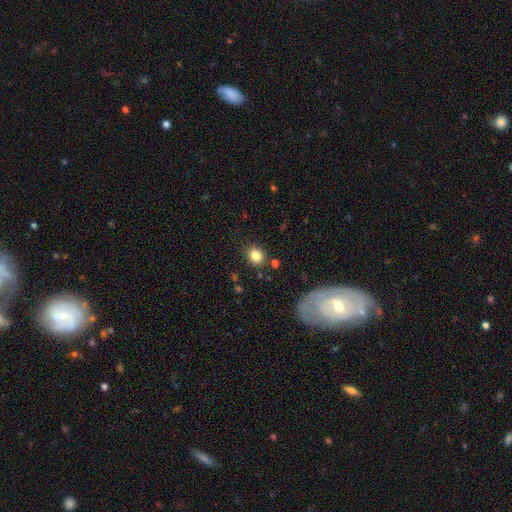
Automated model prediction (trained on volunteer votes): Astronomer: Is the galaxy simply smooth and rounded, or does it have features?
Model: smooth — 83%.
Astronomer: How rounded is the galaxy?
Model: round — 65%.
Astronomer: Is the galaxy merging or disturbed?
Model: none — 83%.